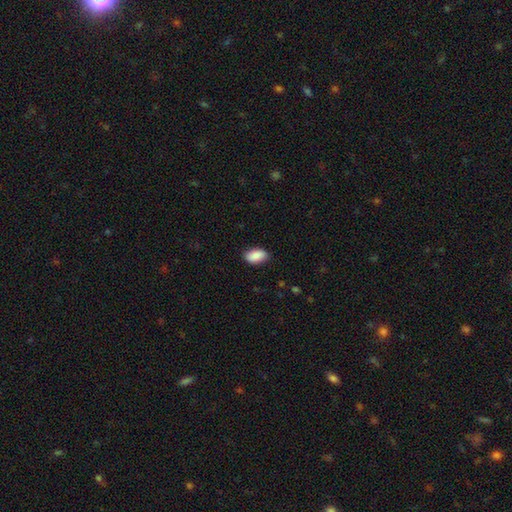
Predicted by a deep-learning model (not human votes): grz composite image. It shows a smooth galaxy with no disk features (89%) that is in between round and cigar-shaped (94%). Merging: none (86%).